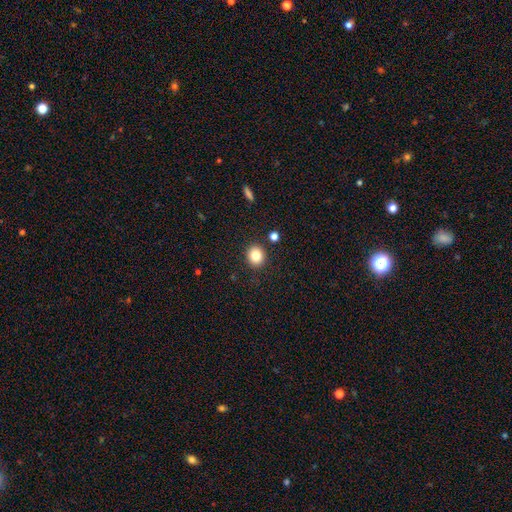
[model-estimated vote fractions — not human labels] Smooth or featured? Predicted: smooth (p=0.83). How rounded? Predicted: round (p=0.75). Merging? Predicted: none (p=0.89).